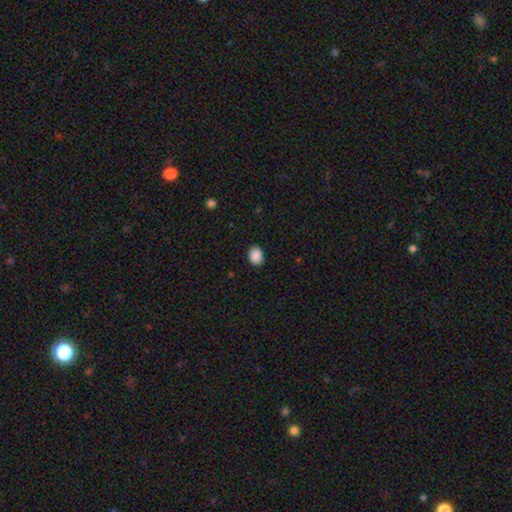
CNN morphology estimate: smooth_or_featured: smooth (p=0.89) [alt: star or artifact p=0.08]
how_rounded: in between (p=0.61) [alt: round p=0.39]
merging: none (p=0.88) [alt: minor disturbance p=0.09]